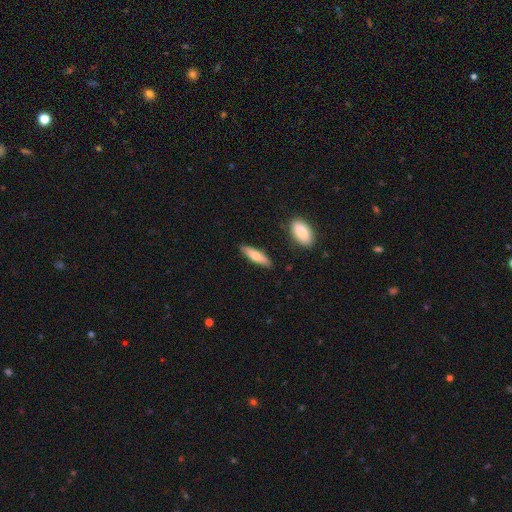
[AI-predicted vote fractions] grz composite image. It shows a smooth galaxy with no disk features (65%) that is cigar-shaped (60%). Merging: none (85%).